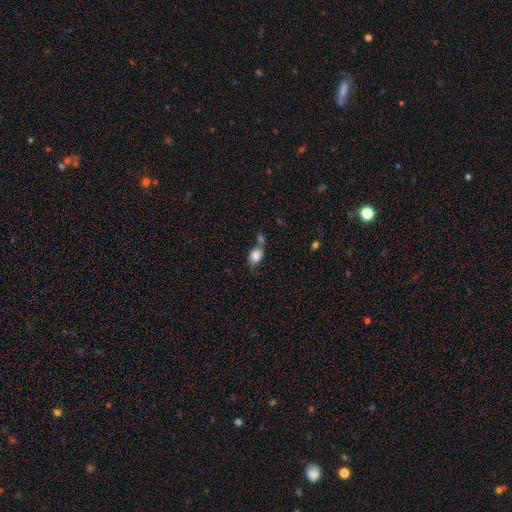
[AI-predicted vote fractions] A smooth galaxy with no disk features (84%) that is in between round and cigar-shaped (69%).

Vote fractions:
- Smooth or featured? smooth: 84% / star or artifact: 8% / featured or disk: 8%
- How rounded? in between: 69% / round: 29% / cigar-shaped: 1%
- Merging? none: 44% / merger: 30% / minor disturbance: 18% / major disturbance: 8%